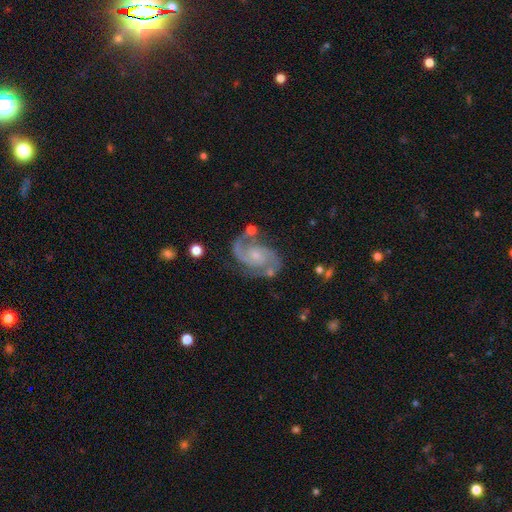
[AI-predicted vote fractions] Smooth or featured: featured or disk — 92% (star or artifact — 5%)
Edge-on disk: no — 98% (yes — 2%)
Bar: no — 60% (weak — 33%)
Spiral arms: yes — 98% (no — 2%)
Spiral winding: medium — 58% (tight — 29%)
Spiral arm count: 2 — 92% (3 — 2%)
Bulge size: small — 63% (moderate — 25%)
Merging: none — 70% (minor disturbance — 17%)